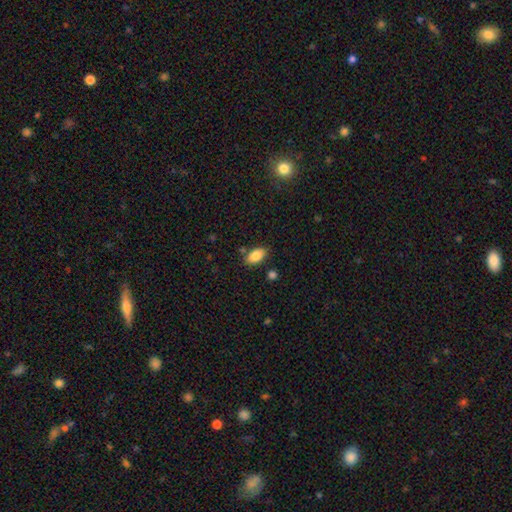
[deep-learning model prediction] Smooth or featured? smooth (85%)
How rounded? in between (92%)
Merging? none (81%)